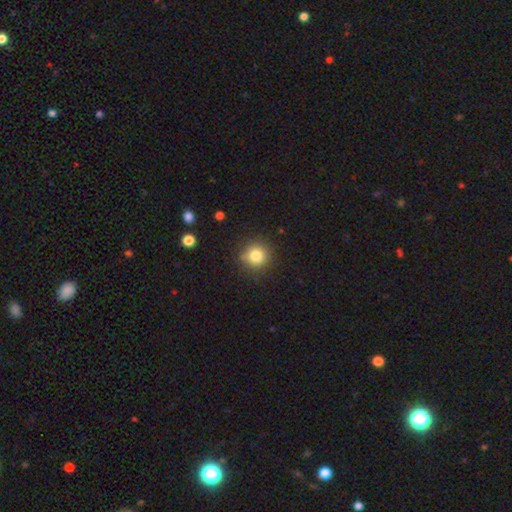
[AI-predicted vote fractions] The model was most divided on "smooth or featured": smooth: 81%, star or artifact: 12%, featured or disk: 7%. More confident: how rounded — round (93%); merging — none (86%).